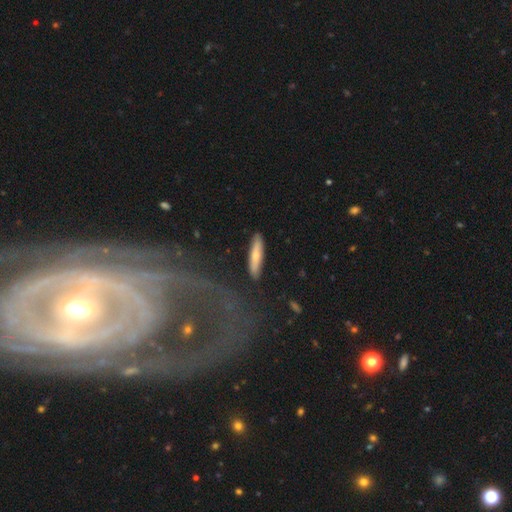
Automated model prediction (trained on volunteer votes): Q: Smooth or featured?
A: smooth (65%); runner-up: featured or disk (30%)
Q: How rounded?
A: cigar-shaped (83%); runner-up: in between (15%)
Q: Merging?
A: none (86%); runner-up: minor disturbance (10%)